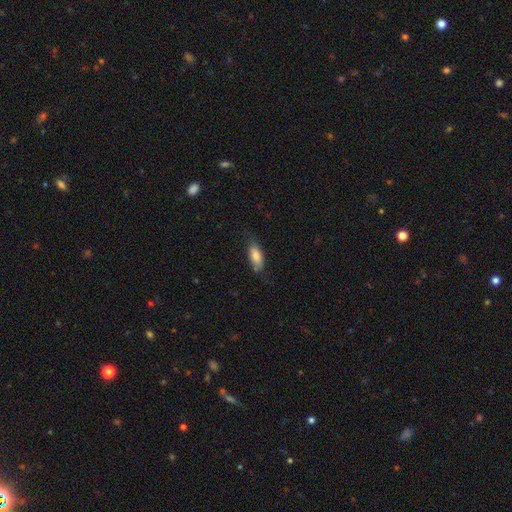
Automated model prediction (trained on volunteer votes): This is clearly a smooth galaxy (81%). How rounded: clearly in between (82%). Merging: likely none (65%).